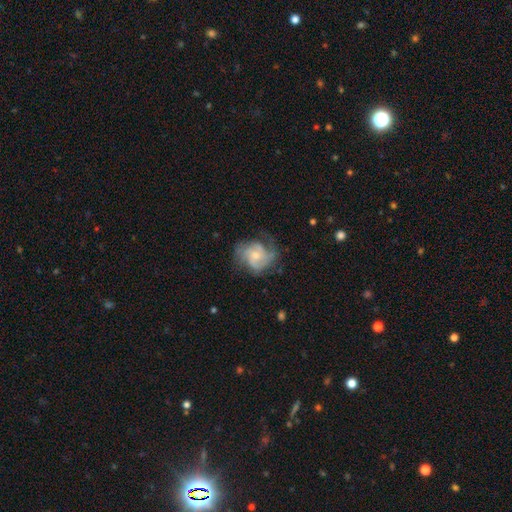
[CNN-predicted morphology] The model was most divided on "spiral arm count" (2-way tie): 3: 31%, 2: 31%, can't tell: 21%, 4: 7%, 1: 5%, more than 4: 4%. Remaining: edge-on disk — no (98%); spiral arms — yes (93%); smooth or featured — featured or disk (77%); bar — no (69%); merging — none (61%); bulge size — small (52%); spiral winding — medium (45%).